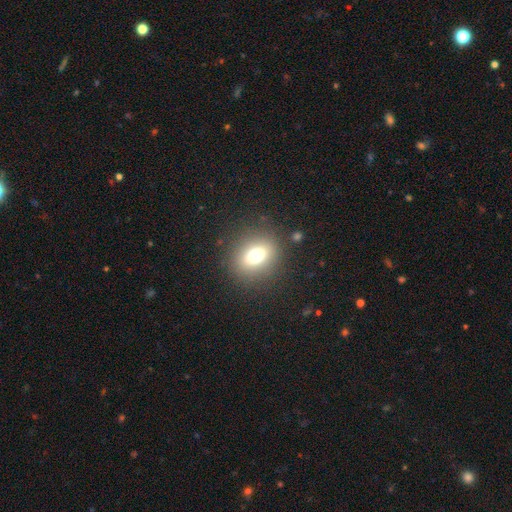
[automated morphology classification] This is likely a smooth galaxy (72%). How rounded: possibly round (59%). Merging: clearly none (86%).